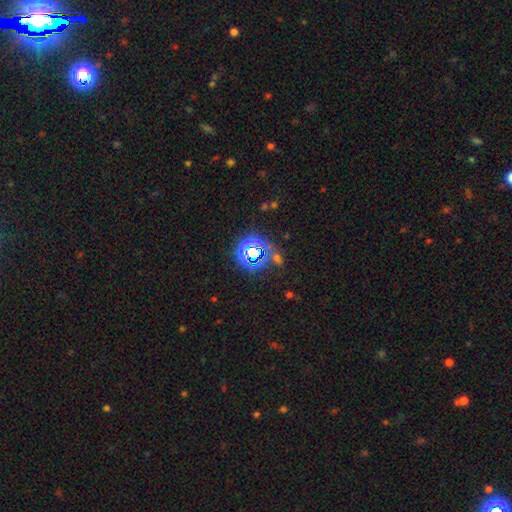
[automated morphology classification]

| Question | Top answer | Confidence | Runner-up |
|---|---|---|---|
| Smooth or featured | star or artifact | 69% | smooth (22%) |